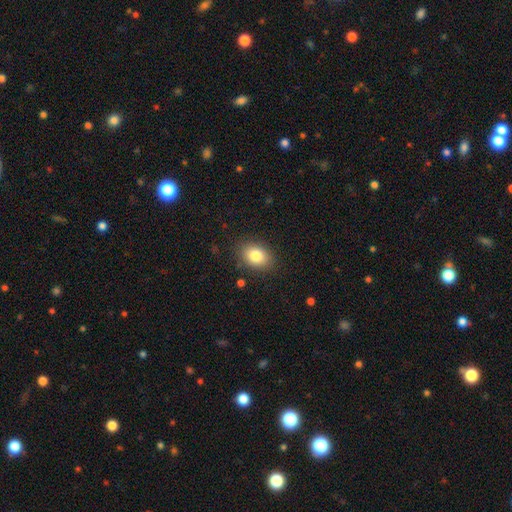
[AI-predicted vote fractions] The model was most divided on "how rounded": in between: 68%, round: 31%, cigar-shaped: 1%. More confident: merging — none (85%); smooth or featured — smooth (83%).